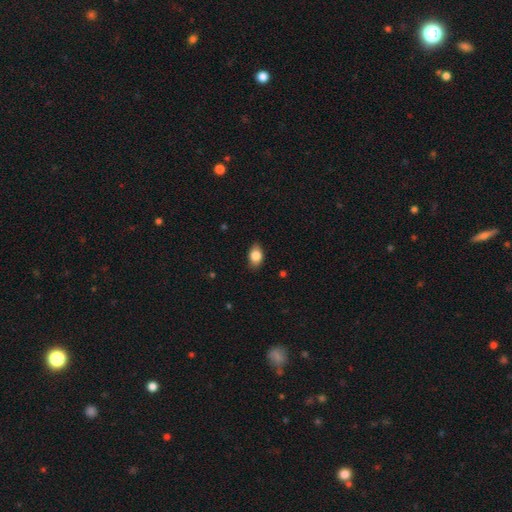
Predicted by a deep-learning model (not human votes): Smooth or featured? smooth (83%)
How rounded? in between (86%)
Merging? none (83%)